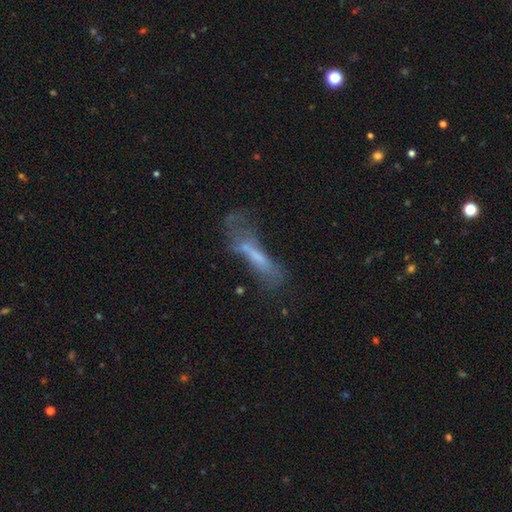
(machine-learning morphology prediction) smooth_or_featured: smooth (p=0.45) [alt: featured or disk p=0.42]
merging: major disturbance (p=0.33) [alt: none p=0.31]